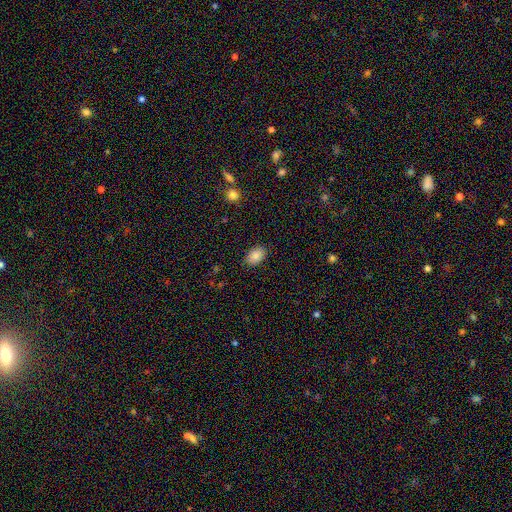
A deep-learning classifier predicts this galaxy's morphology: Smooth or featured? Predicted: smooth (p=0.87). How rounded? Predicted: in between (p=0.86). Merging? Predicted: none (p=0.88).